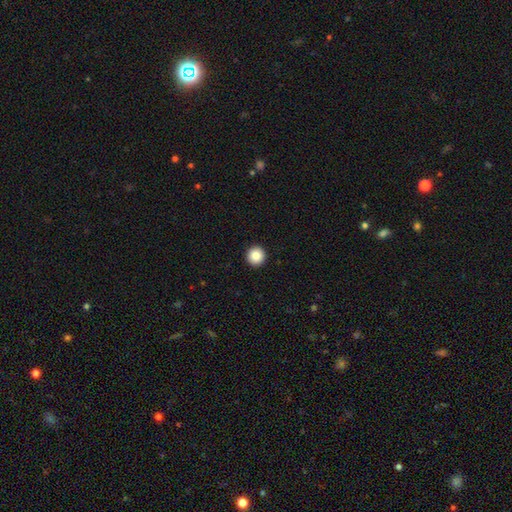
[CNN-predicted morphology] This is clearly a smooth galaxy (87%). How rounded: clearly round (96%). Merging: clearly none (94%).